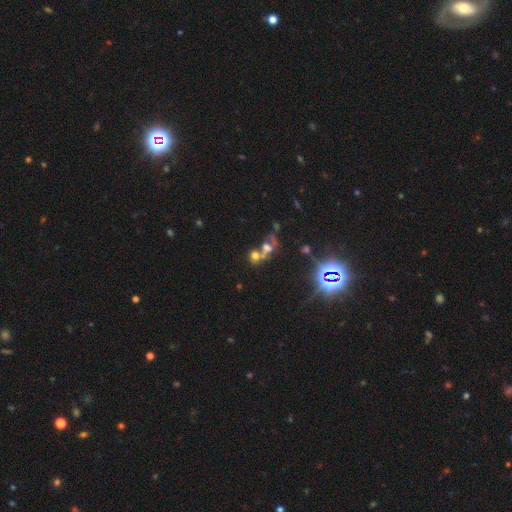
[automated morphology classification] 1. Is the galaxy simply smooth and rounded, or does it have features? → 49% smooth, 27% star or artifact, 24% featured or disk.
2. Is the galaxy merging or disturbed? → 60% merger, 25% none, 7% major disturbance, 7% minor disturbance.